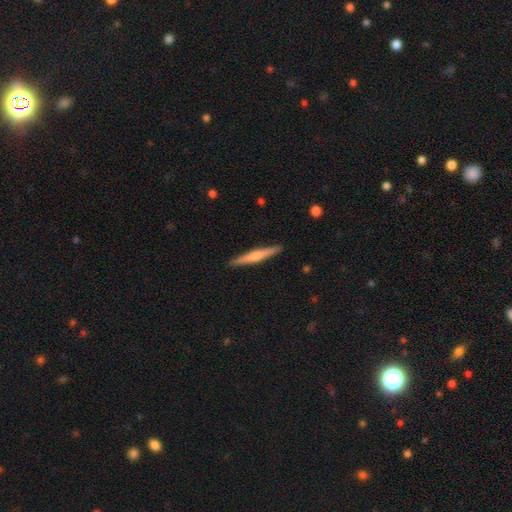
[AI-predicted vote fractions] This appears to be a featured or disk galaxy (51%) viewed edge-on (98%). Merging: none (91%).